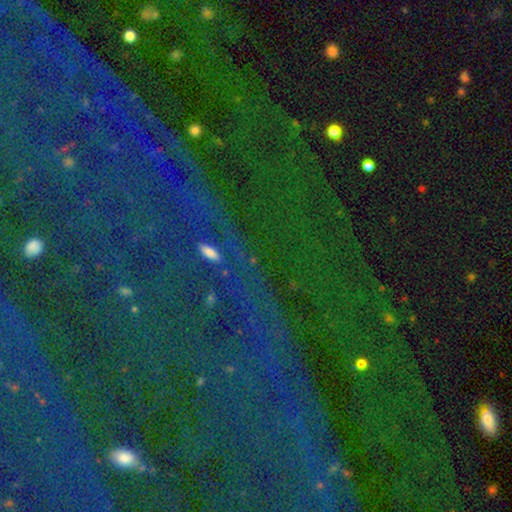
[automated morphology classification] This is clearly a star or artifact rather than a galaxy (85%).